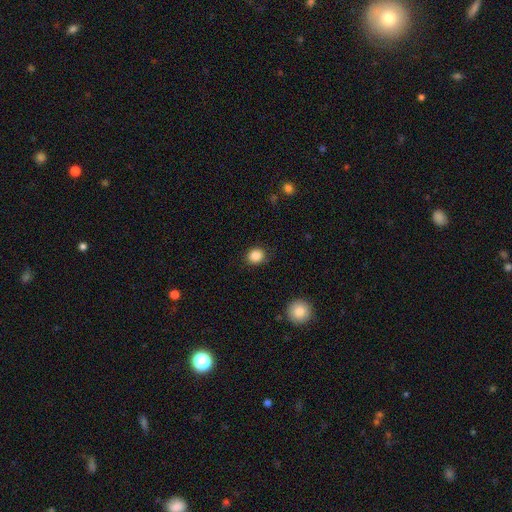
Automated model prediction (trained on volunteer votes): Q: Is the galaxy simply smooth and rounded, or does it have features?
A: smooth — 86%.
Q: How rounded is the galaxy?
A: round — 78%.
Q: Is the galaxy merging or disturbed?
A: none — 87%.